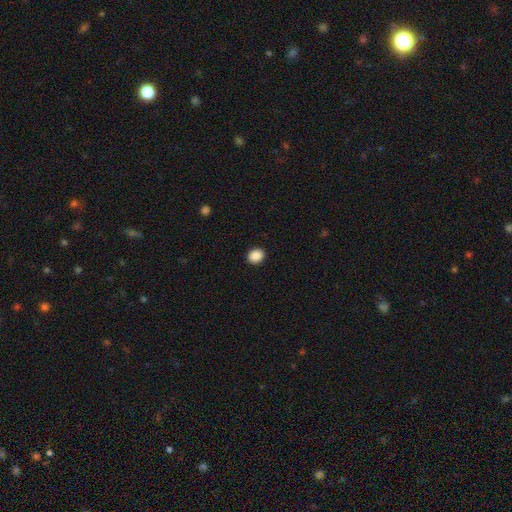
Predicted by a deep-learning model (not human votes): A smooth galaxy with no disk features (89%) that is round (55%). Merging: none (91%).